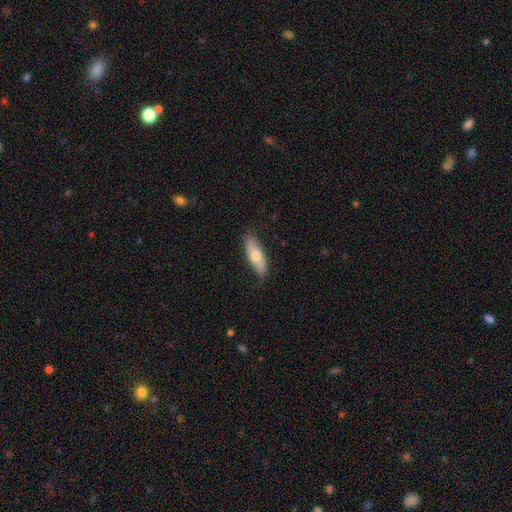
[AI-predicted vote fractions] This appears to be a smooth galaxy with no disk features (60%) that is in between round and cigar-shaped (60%). Merging: none (81%).